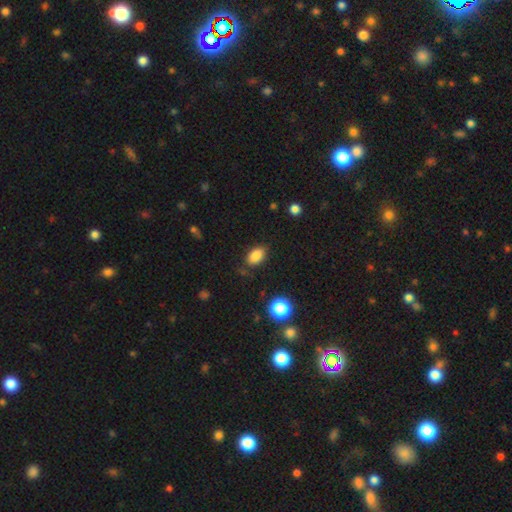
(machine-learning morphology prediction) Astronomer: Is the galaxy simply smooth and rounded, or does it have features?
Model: smooth — 85%.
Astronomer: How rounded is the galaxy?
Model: in between — 86%.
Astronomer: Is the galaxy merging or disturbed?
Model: none — 81%.